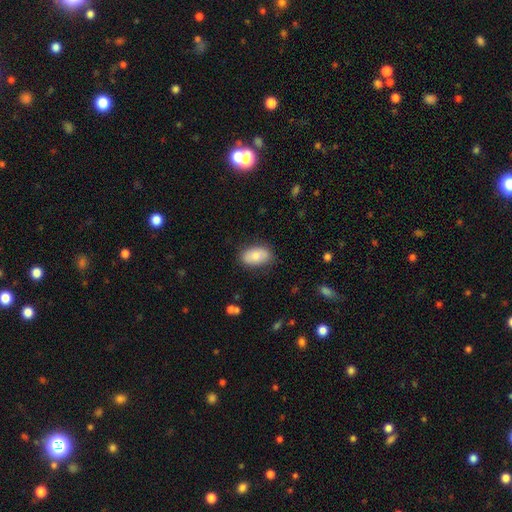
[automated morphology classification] Smooth or featured?
  - smooth: 82% *
  - featured or disk: 12%
  - star or artifact: 7%
How rounded?
  - in between: 93% *
  - round: 5%
  - cigar-shaped: 2%
Merging?
  - none: 82% *
  - minor disturbance: 14%
  - major disturbance: 3%
  - merger: 1%